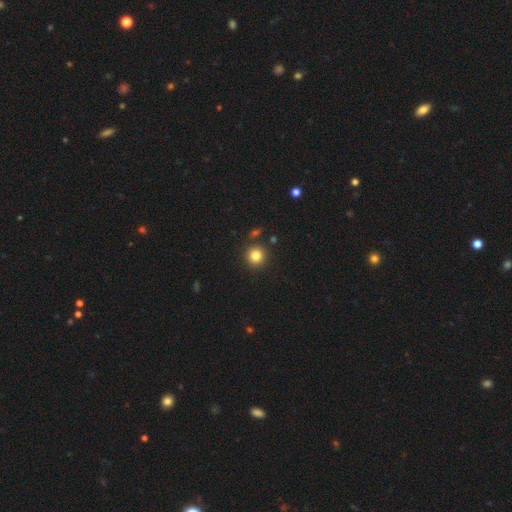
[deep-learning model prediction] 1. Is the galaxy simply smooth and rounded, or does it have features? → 83% smooth, 12% star or artifact, 6% featured or disk.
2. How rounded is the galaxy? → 93% round, 6% in between, 1% cigar-shaped.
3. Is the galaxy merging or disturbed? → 86% none, 7% minor disturbance, 5% merger, 2% major disturbance.